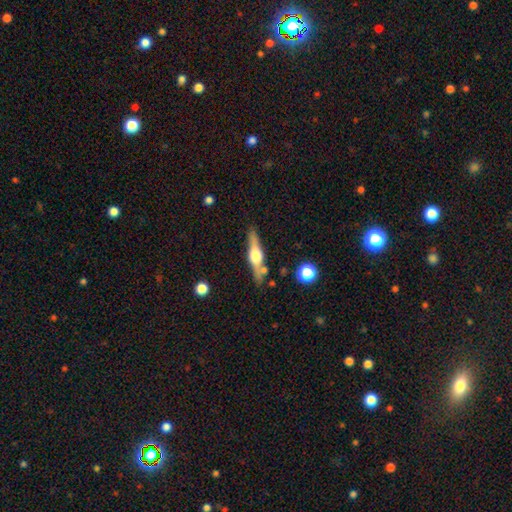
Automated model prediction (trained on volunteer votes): Smooth or featured?
  - featured or disk: 70% *
  - smooth: 24%
  - star or artifact: 6%
Edge-on disk?
  - yes: 96% *
  - no: 4%
Edge-on bulge?
  - rounded: 94% *
  - boxy: 5%
  - none: 2%
Merging?
  - none: 82% *
  - minor disturbance: 10%
  - merger: 5%
  - major disturbance: 2%